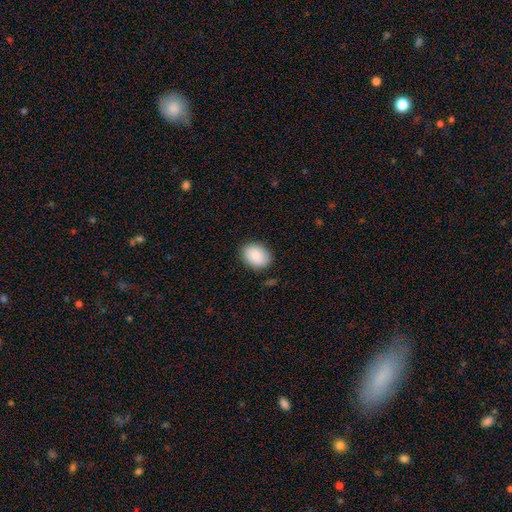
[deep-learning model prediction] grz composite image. It shows a smooth galaxy with no disk features (86%) that is in between round and cigar-shaped (67%). Merging: none (85%).